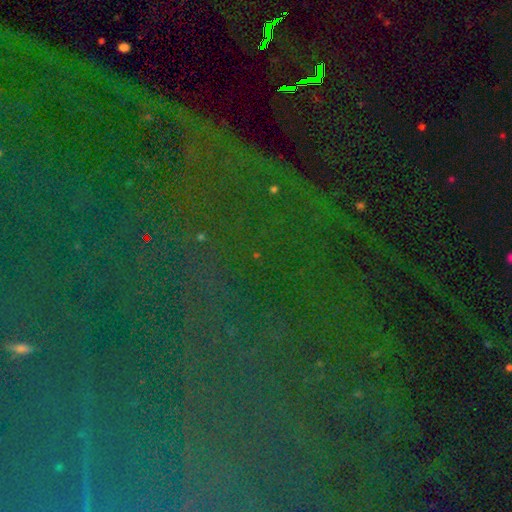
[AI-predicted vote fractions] Smooth or featured? star or artifact (84%)